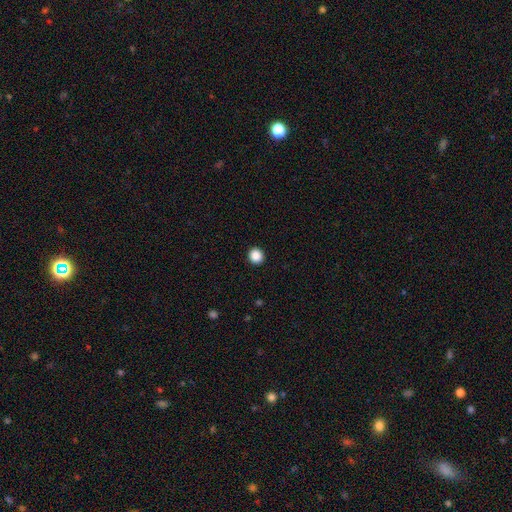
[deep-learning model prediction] The model was most divided on "smooth or featured": smooth: 88%, star or artifact: 10%, featured or disk: 3%. More confident: merging — none (93%); how rounded — round (92%).